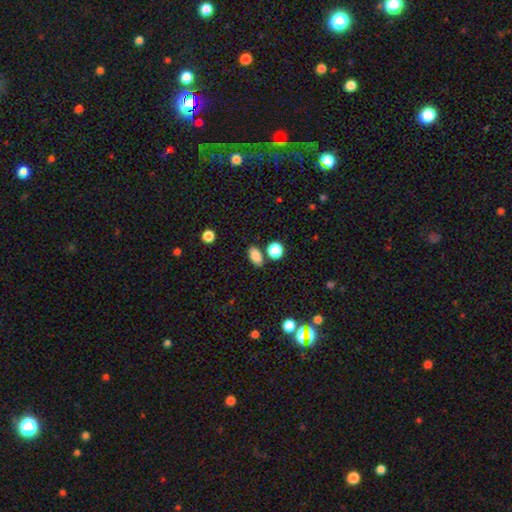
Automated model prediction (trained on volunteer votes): The model was most divided on "merging": none: 78%, minor disturbance: 11%, merger: 9%, major disturbance: 3%. More confident: smooth or featured — smooth (84%); how rounded — in between (84%).